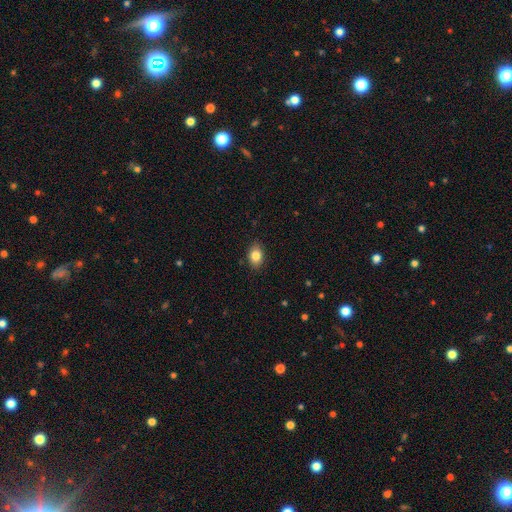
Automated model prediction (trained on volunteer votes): Smooth or featured: smooth — 83% (star or artifact — 9%)
How rounded: in between — 78% (round — 21%)
Merging: none — 87% (minor disturbance — 10%)